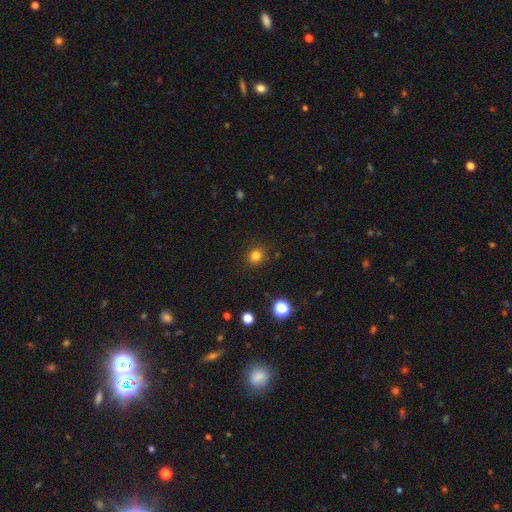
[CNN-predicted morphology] This is clearly a smooth galaxy (81%). How rounded: likely round (80%). Merging: clearly none (88%).